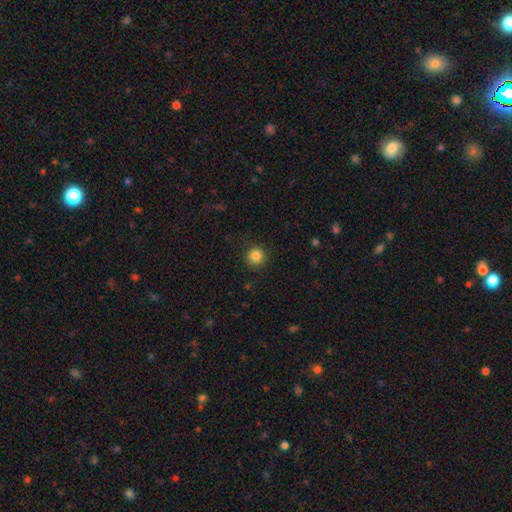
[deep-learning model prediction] A smooth galaxy with no disk features (86%) that is round (95%).

Vote fractions:
- Smooth or featured? smooth: 86% / star or artifact: 11% / featured or disk: 3%
- How rounded? round: 95% / in between: 4% / cigar-shaped: 1%
- Merging? none: 90% / minor disturbance: 6% / major disturbance: 2% / merger: 1%